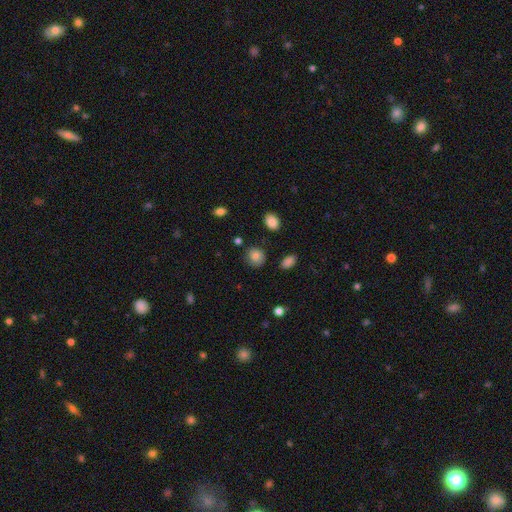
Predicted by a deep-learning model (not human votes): A smooth galaxy with no disk features (80%) that is round (81%). Merging: none (81%).